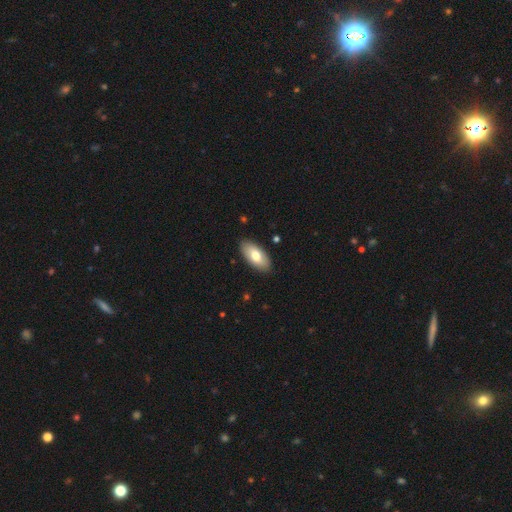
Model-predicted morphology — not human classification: Smooth or featured: smooth — 74% (featured or disk — 20%)
How rounded: in between — 92% (cigar-shaped — 6%)
Merging: none — 89% (minor disturbance — 8%)